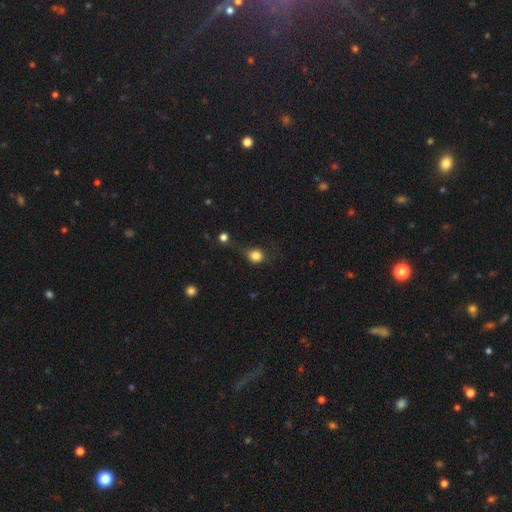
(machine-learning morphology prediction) A smooth galaxy with no disk features (79%) that is round (84%). Merging: none (49%).